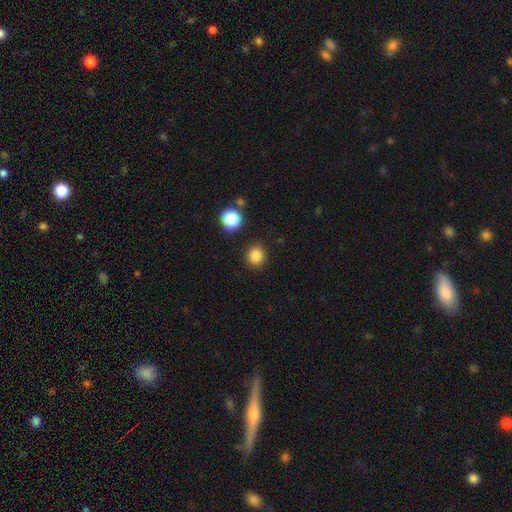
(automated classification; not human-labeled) Morphology: type=smooth (84%); roundness=round (84%); merging=none (88%).